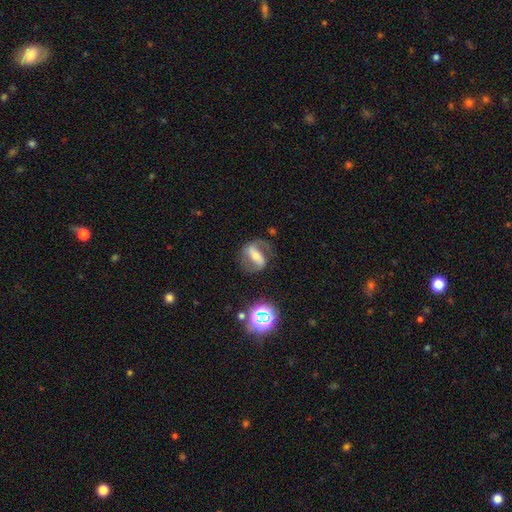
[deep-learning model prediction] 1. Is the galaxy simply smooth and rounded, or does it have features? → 70% featured or disk, 20% smooth, 11% star or artifact.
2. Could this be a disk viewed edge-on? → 93% no, 7% yes.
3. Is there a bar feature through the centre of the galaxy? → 66% strong, 21% weak, 13% no.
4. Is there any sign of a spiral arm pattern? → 83% yes, 17% no.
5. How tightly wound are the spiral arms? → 48% medium, 27% loose, 25% tight.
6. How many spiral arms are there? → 81% 2, 9% 1, 7% can't tell, 1% 3, 1% 4, 1% more than 4.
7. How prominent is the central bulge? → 43% moderate, 40% small, 9% large, 5% none, 3% dominant.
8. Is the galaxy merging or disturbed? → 67% none, 17% minor disturbance, 14% major disturbance, 3% merger.